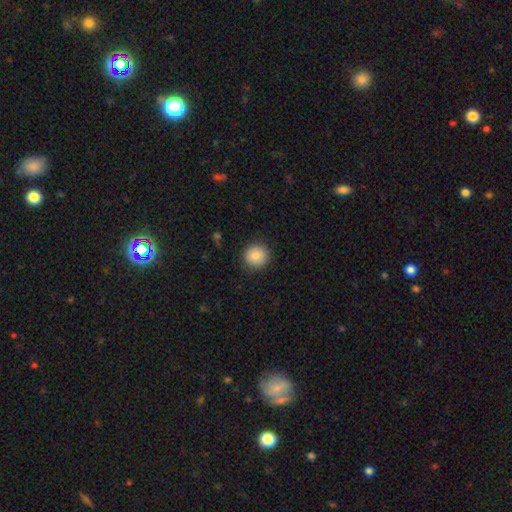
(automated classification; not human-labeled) A smooth galaxy with no disk features (87%) that is round (94%).

Vote fractions:
- Smooth or featured? smooth: 87% / star or artifact: 9% / featured or disk: 4%
- How rounded? round: 94% / in between: 6% / cigar-shaped: 1%
- Merging? none: 90% / minor disturbance: 7% / major disturbance: 2% / merger: 1%